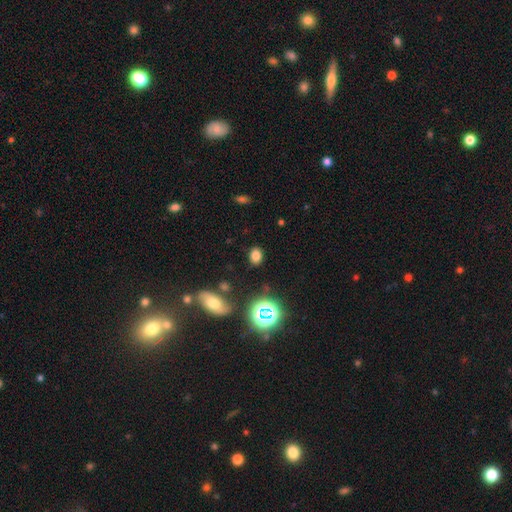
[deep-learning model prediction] smooth_or_featured: smooth (p=0.74) [alt: star or artifact p=0.20]
how_rounded: in between (p=0.67) [alt: round p=0.31]
merging: none (p=0.84) [alt: minor disturbance p=0.10]